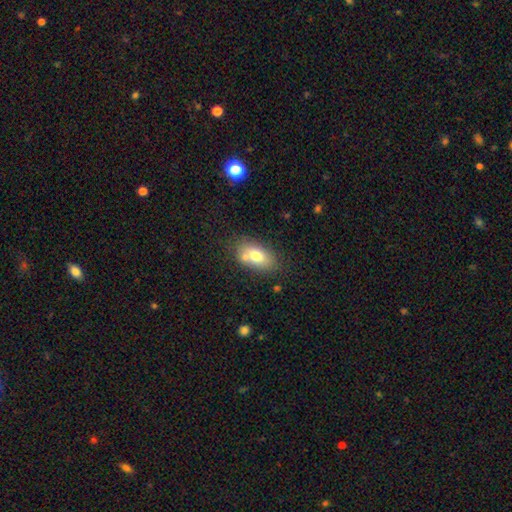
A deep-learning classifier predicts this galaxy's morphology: Overall: smooth (72%). How rounded: in between (88%). Merging: none (63%).